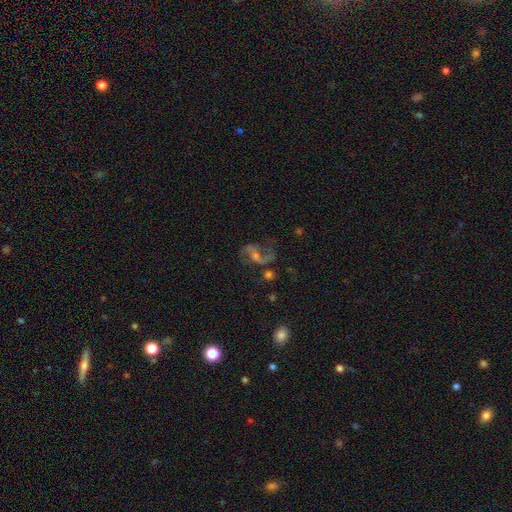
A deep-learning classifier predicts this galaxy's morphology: featured or disk 78%, star or artifact 12%, smooth 10%. Down the decision tree: edge-on disk — no (97%); bar — no (43%); spiral arms — yes (92%); spiral arm count — 2 (87%); spiral winding — loose (60%); bulge size — moderate (43%); merging — none (60%).